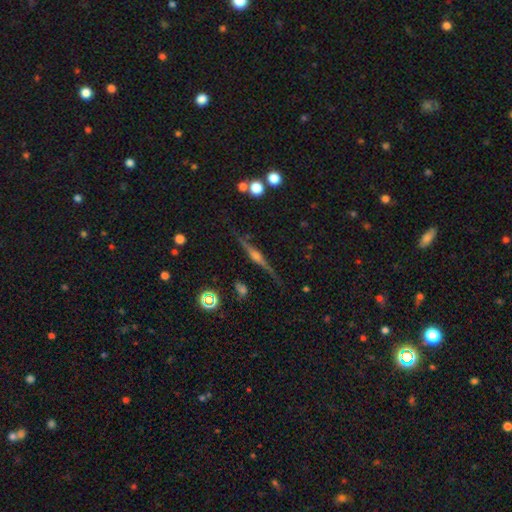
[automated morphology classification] Smooth or featured: featured or disk — 79% (smooth — 12%)
Edge-on disk: yes — 97% (no — 3%)
Edge-on bulge: rounded — 82% (boxy — 12%)
Merging: none — 84% (minor disturbance — 11%)